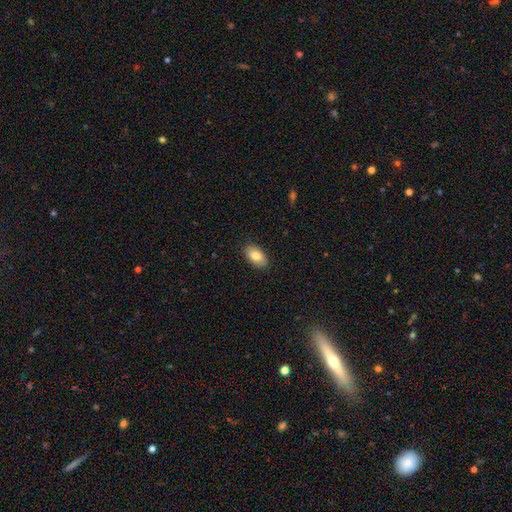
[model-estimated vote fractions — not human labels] The model was most divided on "smooth or featured": smooth: 84%, featured or disk: 9%, star or artifact: 7%. More confident: how rounded — in between (93%); merging — none (88%).